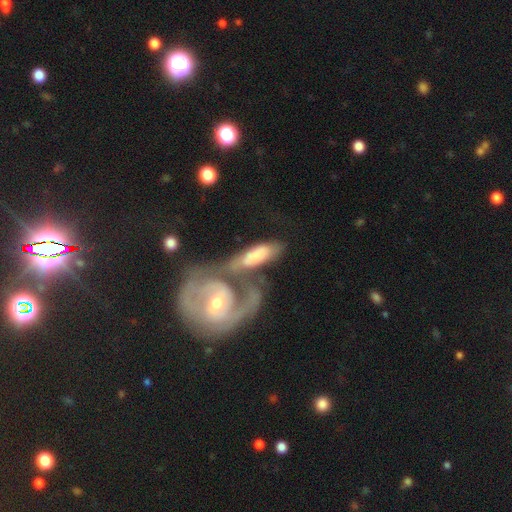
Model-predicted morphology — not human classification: Smooth or featured? Predicted: smooth (p=0.47, tied with featured or disk). Merging? Predicted: merger (p=0.60).